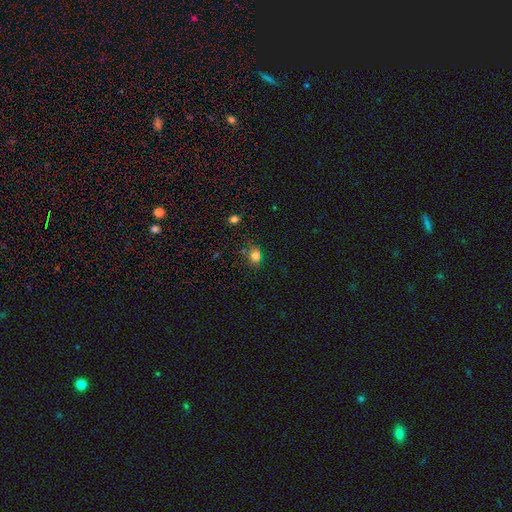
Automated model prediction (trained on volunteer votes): A smooth galaxy with no disk features (75%) that is round (62%). Merging: none (70%).